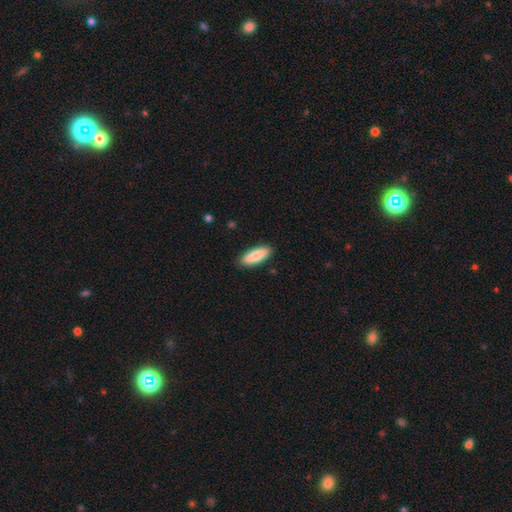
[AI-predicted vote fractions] This appears to be a smooth galaxy with no disk features (85%) that is in between round and cigar-shaped (63%). Merging: none (89%).